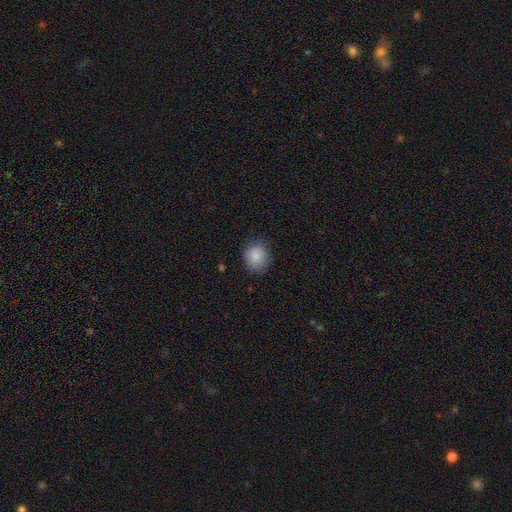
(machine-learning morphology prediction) Smooth or featured? Predicted: smooth (p=0.86). How rounded? Predicted: round (p=0.72). Merging? Predicted: none (p=0.81).